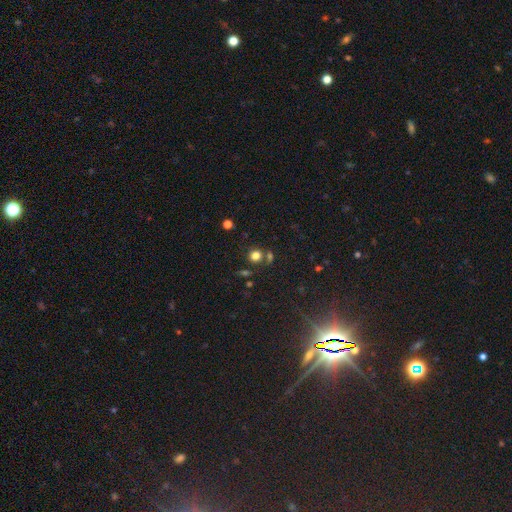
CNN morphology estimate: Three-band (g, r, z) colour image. It shows a smooth galaxy with no disk features (77%) that is round (83%). Merging: none (71%).